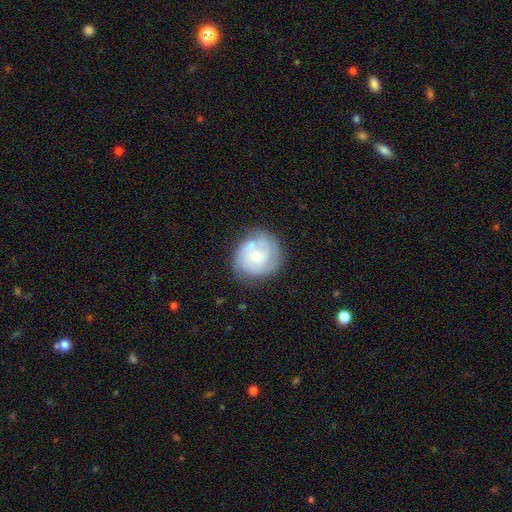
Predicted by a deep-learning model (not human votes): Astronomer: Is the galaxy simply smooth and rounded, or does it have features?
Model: featured or disk — 57% (runner-up: smooth, 36%).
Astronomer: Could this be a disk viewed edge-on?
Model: no — 98%.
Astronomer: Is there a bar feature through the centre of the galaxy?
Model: no — 75%.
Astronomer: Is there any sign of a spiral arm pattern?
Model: yes — 78%.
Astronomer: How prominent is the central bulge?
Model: small — 57% (runner-up: moderate, 34%).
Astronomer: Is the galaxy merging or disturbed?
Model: none — 67%.